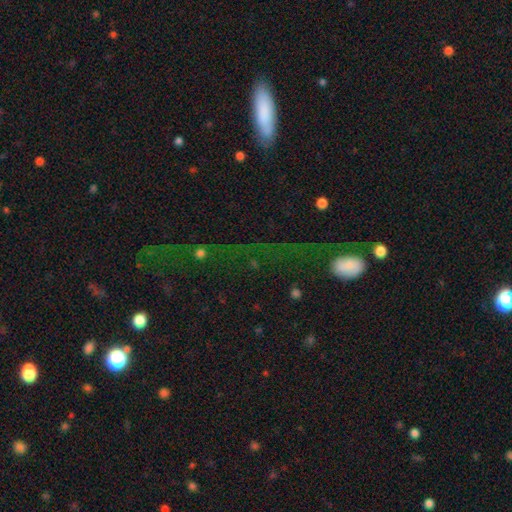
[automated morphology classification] type=star or artifact (49%).